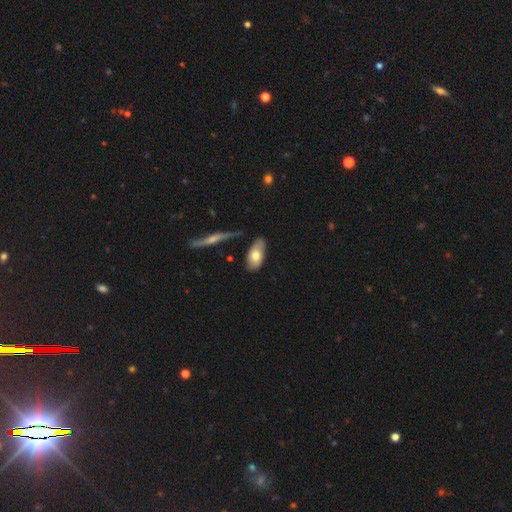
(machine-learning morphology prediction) smooth_or_featured: smooth (p=0.70) [alt: featured or disk p=0.24]
how_rounded: in between (p=0.89) [alt: cigar-shaped p=0.07]
merging: none (p=0.67) [alt: minor disturbance p=0.22]